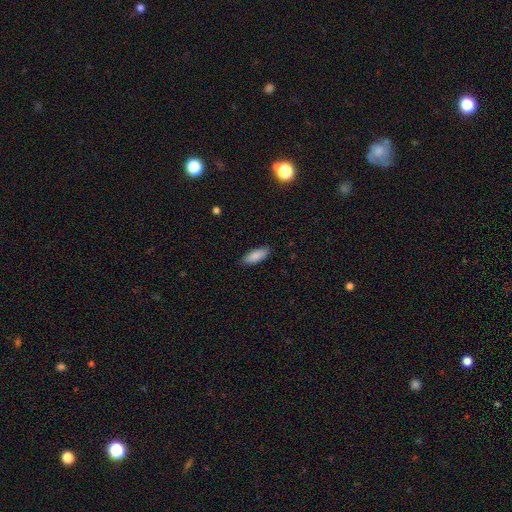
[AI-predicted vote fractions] smooth 87%, star or artifact 6%, featured or disk 6%. Down the decision tree: how rounded — in between (75%); merging — none (87%).